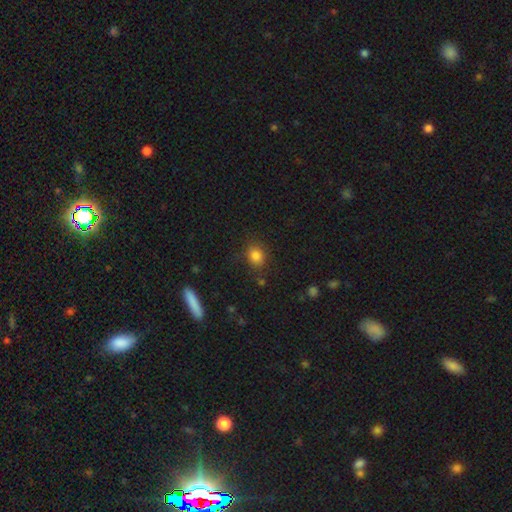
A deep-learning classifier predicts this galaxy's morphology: Smooth or featured? smooth (82%)
How rounded? round (63%)
Merging? none (81%)